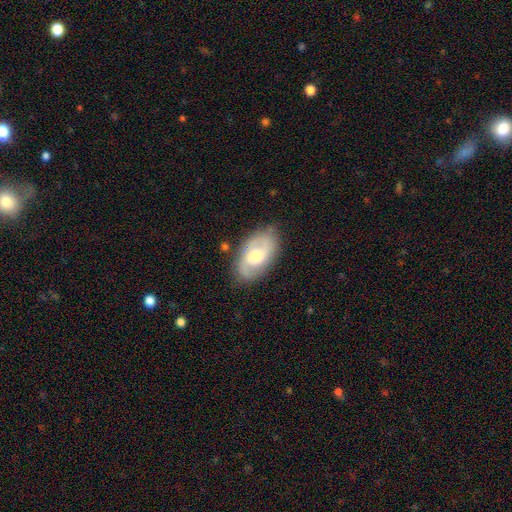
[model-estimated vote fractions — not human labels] smooth-or-featured: featured or disk: 69% | smooth: 25% | star or artifact: 6%
  disk-edge-on: no: 95% | yes: 5%
    bar: no: 57% | weak: 36% | strong: 7%
    has-spiral-arms: yes: 86% | no: 14%
      spiral-winding: medium: 46% | tight: 33% | loose: 21%
      spiral-arm-count: 2: 77% | can't tell: 14% | 3: 4% | 1: 3% | 4: 1% | more than 4: 1%
    bulge-size: moderate: 62% | small: 31% | large: 5% | none: 1% | dominant: 1%
  merging: none: 79% | minor disturbance: 15% | major disturbance: 4% | merger: 2%